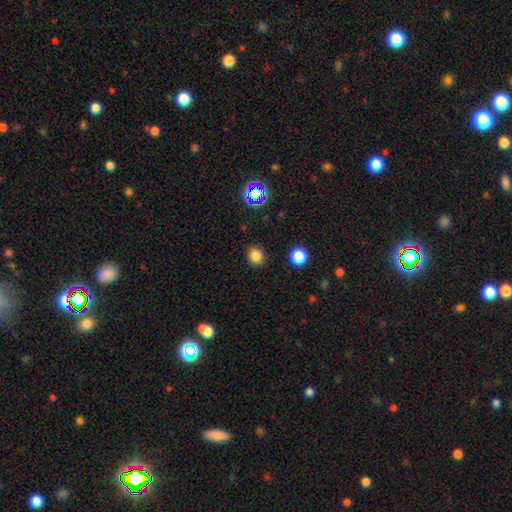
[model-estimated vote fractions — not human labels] Overall: smooth (81%). How rounded: round (72%). Merging: none (89%).